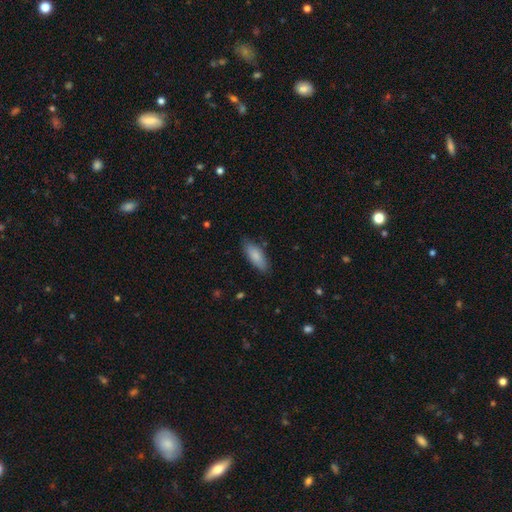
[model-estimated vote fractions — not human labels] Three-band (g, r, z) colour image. It shows a smooth galaxy with no disk features (84%) that is in between round and cigar-shaped (75%). Merging: none (82%).